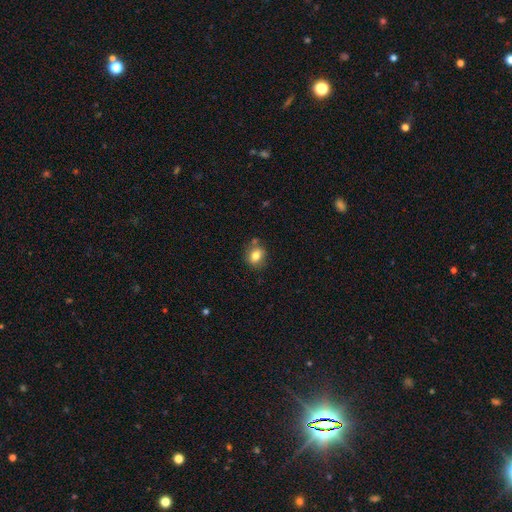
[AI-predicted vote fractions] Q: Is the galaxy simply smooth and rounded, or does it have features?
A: smooth — 80%.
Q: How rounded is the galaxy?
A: round — 55%.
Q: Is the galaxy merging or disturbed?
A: none — 72%.